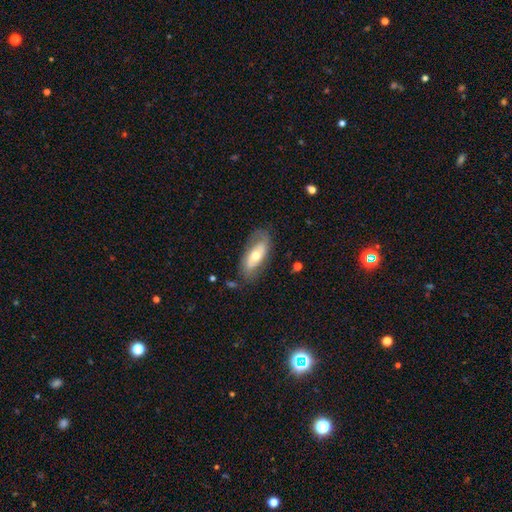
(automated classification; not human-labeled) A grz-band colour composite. It shows a featured or disk galaxy (51%). Merging: none (70%).